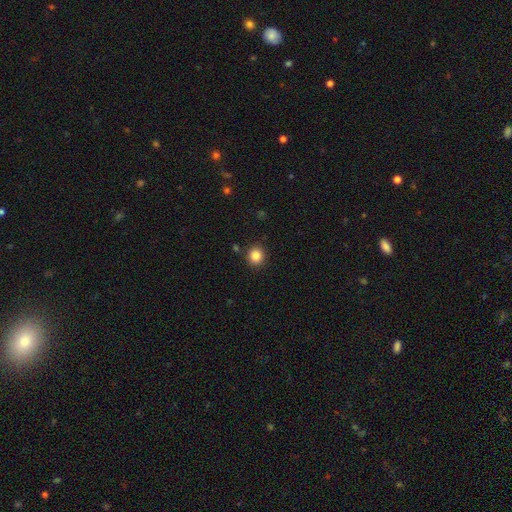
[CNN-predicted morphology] Overall: smooth (85%). How rounded: round (90%). Merging: none (90%).